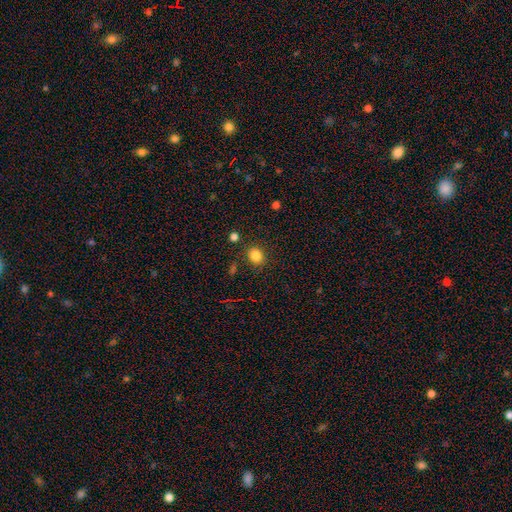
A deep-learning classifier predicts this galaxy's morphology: Smooth or featured: smooth — 83% (star or artifact — 12%)
How rounded: round — 65% (in between — 34%)
Merging: none — 85% (minor disturbance — 9%)